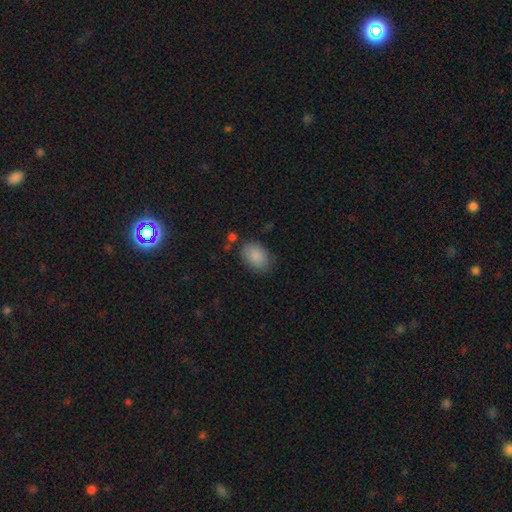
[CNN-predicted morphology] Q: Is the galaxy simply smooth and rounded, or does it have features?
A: smooth — 87%.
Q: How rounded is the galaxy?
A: in between — 81%.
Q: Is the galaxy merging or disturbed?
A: none — 74%.